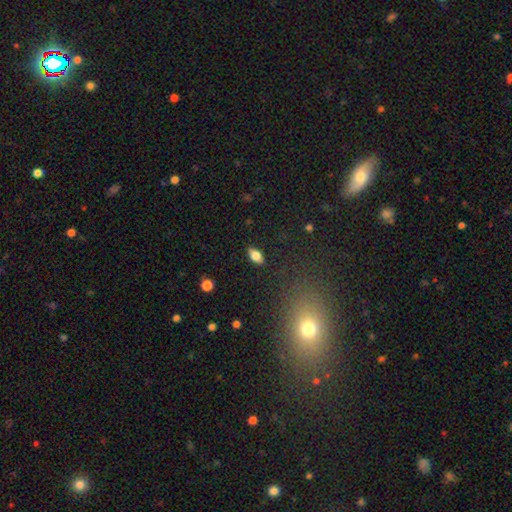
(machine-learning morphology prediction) smooth 77%, featured or disk 14%, star or artifact 9%. Down the decision tree: how rounded — in between (88%); merging — none (87%).